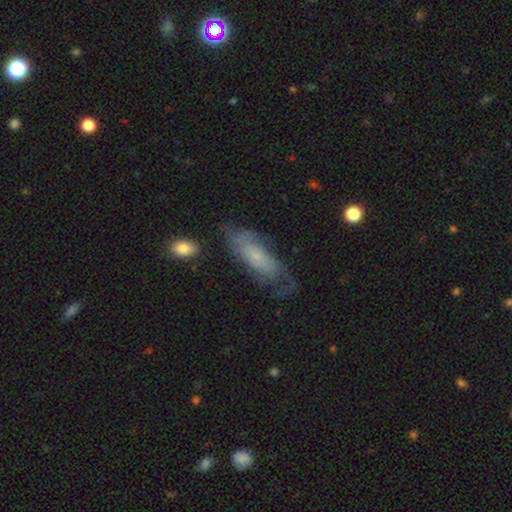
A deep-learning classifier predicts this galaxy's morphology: smooth-or-featured: featured or disk: 63% | smooth: 30% | star or artifact: 7%
  disk-edge-on: no: 85% | yes: 15%
    bar: no: 72% | weak: 23% | strong: 5%
    has-spiral-arms: yes: 84% | no: 16%
    bulge-size: small: 69% | moderate: 18% | none: 9% | large: 3% | dominant: 1%
  merging: none: 58% | minor disturbance: 23% | major disturbance: 16% | merger: 2%